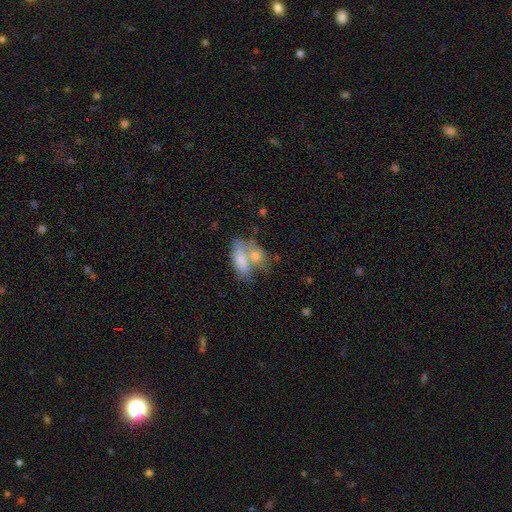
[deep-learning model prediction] Overall: smooth (72%). How rounded: in between (74%). Merging: merger (57%; none 26%).